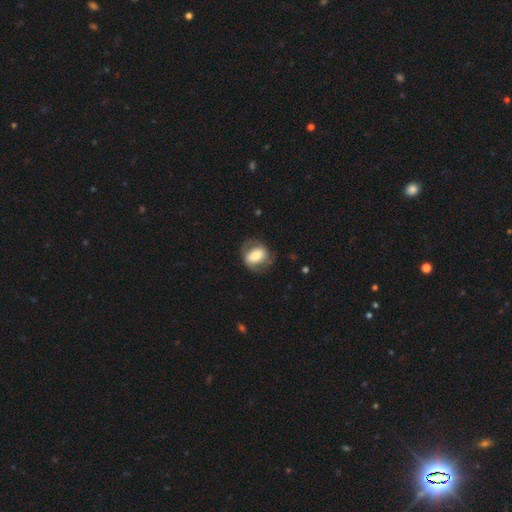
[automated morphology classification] Smooth or featured? smooth (49%)
Merging? none (65%)